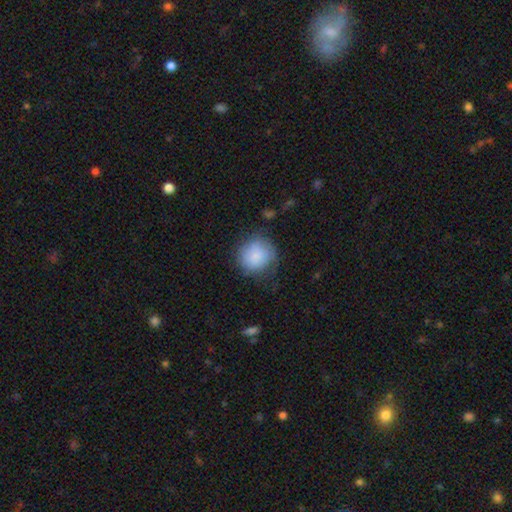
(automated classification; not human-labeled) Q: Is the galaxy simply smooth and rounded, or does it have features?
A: smooth — 83%.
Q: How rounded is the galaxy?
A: round — 89%.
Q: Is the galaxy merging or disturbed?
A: none — 62%.